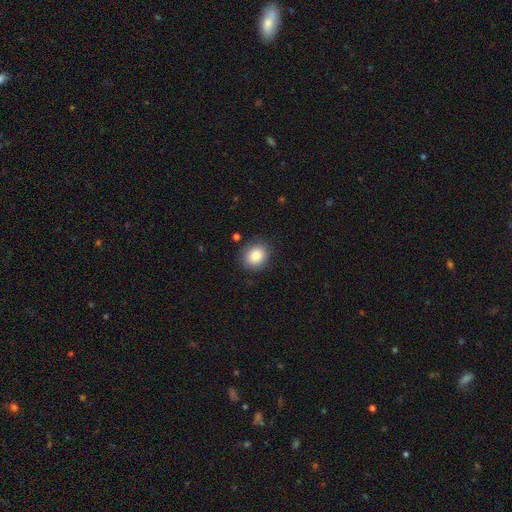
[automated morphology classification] A smooth galaxy with no disk features (86%) that is round (73%).

Vote fractions:
- Smooth or featured? smooth: 86% / star or artifact: 9% / featured or disk: 6%
- How rounded? round: 73% / in between: 26% / cigar-shaped: 1%
- Merging? none: 85% / minor disturbance: 10% / major disturbance: 3% / merger: 2%